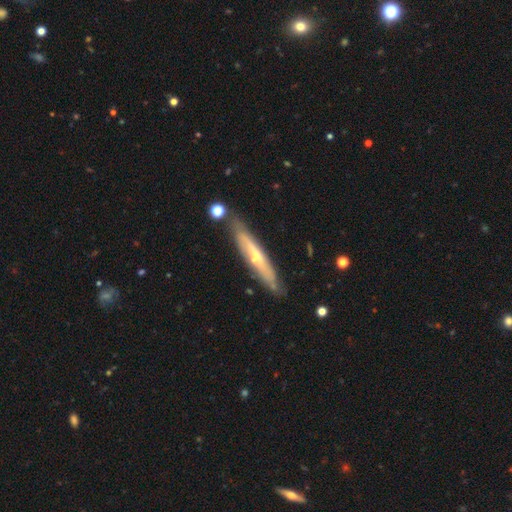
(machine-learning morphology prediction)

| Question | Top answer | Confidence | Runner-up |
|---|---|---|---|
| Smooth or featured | featured or disk | 60% | smooth (34%) |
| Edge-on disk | yes | 80% | no (20%) |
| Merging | none | 77% | minor disturbance (15%) |